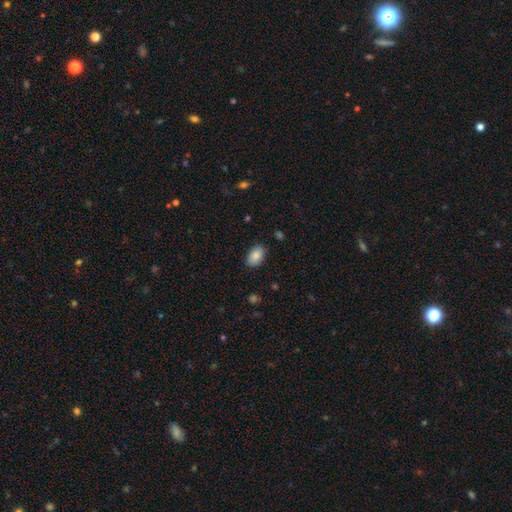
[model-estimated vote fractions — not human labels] smooth 87%, star or artifact 7%, featured or disk 6%. Down the decision tree: how rounded — in between (89%); merging — none (86%).